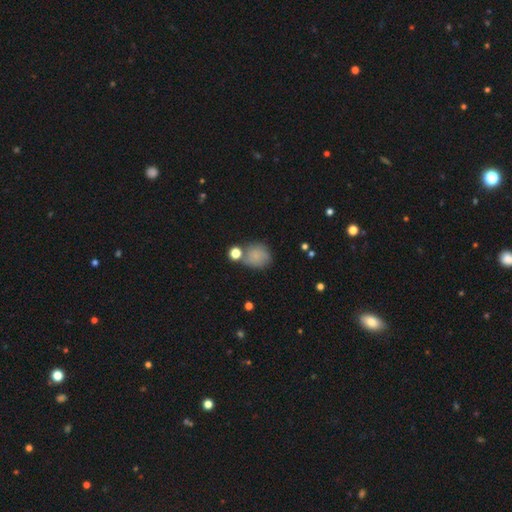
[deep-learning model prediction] Smooth or featured?
  - smooth: 78% *
  - star or artifact: 11%
  - featured or disk: 11%
How rounded?
  - round: 80% *
  - in between: 19%
  - cigar-shaped: 1%
Merging?
  - none: 61% *
  - minor disturbance: 18%
  - merger: 15%
  - major disturbance: 7%